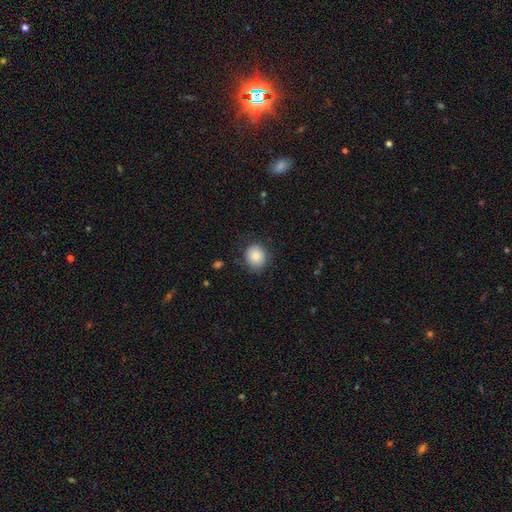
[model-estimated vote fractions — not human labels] smooth 86%, star or artifact 8%, featured or disk 6%. Down the decision tree: how rounded — round (79%); merging — none (83%).